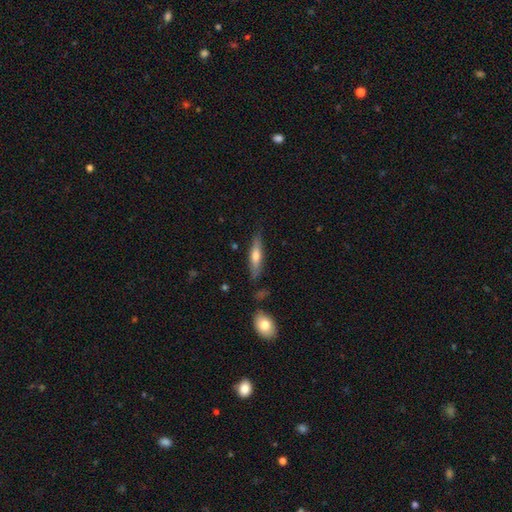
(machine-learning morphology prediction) Q: Smooth or featured?
A: smooth (53%); runner-up: featured or disk (41%)
Q: How rounded?
A: cigar-shaped (75%); runner-up: in between (23%)
Q: Merging?
A: none (77%); runner-up: minor disturbance (16%)